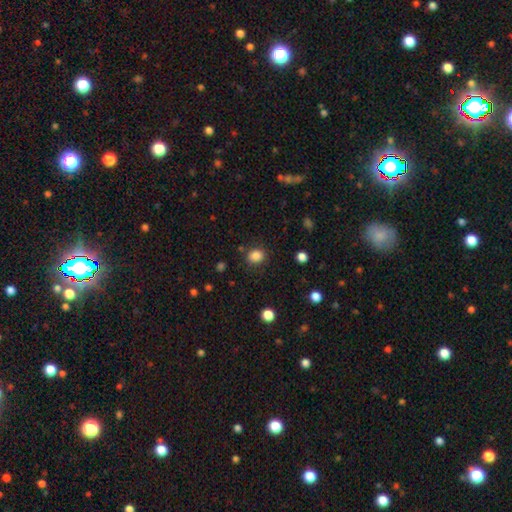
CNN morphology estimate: smooth_or_featured: smooth (p=0.85) [alt: star or artifact p=0.11]
how_rounded: round (p=0.62) [alt: in between p=0.37]
merging: none (p=0.83) [alt: minor disturbance p=0.11]